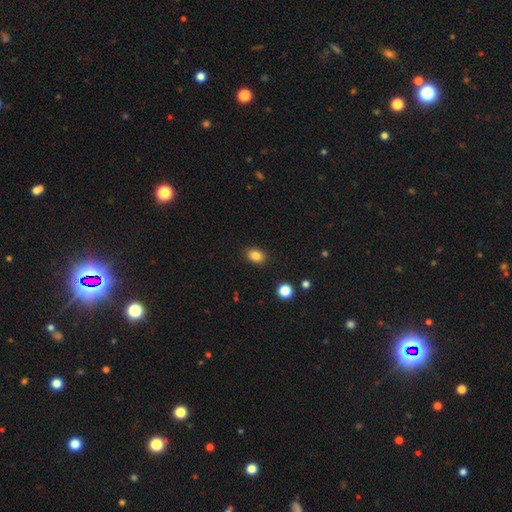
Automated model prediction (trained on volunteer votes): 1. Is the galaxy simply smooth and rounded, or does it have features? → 85% smooth, 10% star or artifact, 5% featured or disk.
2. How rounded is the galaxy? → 73% in between, 26% round, 1% cigar-shaped.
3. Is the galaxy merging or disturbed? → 87% none, 10% minor disturbance, 2% major disturbance, 1% merger.